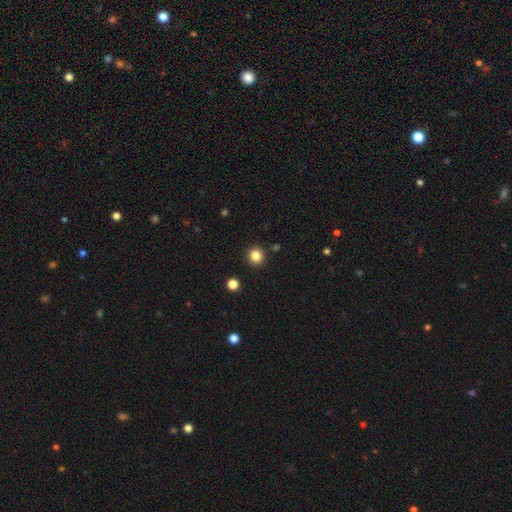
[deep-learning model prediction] Q: Smooth or featured?
A: smooth (84%); runner-up: star or artifact (12%)
Q: How rounded?
A: round (93%); runner-up: in between (6%)
Q: Merging?
A: none (91%); runner-up: minor disturbance (5%)